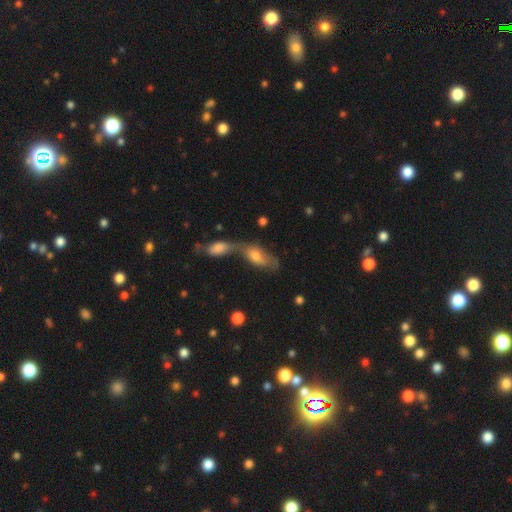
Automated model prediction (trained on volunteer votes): This is possibly a smooth galaxy (54%). How rounded: clearly in between (83%). Merging: likely merger (66%).